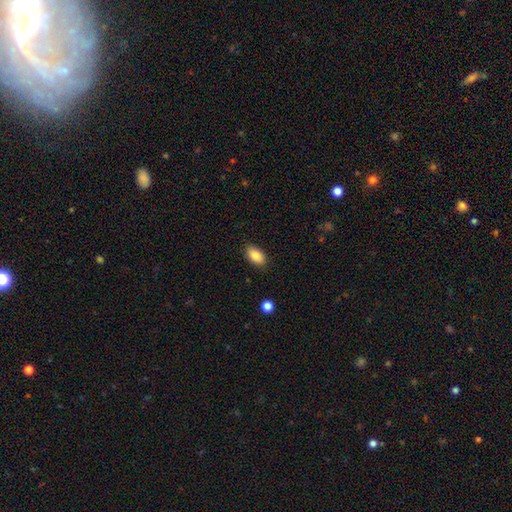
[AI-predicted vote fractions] Overall: smooth (85%). How rounded: in between (92%). Merging: none (86%).